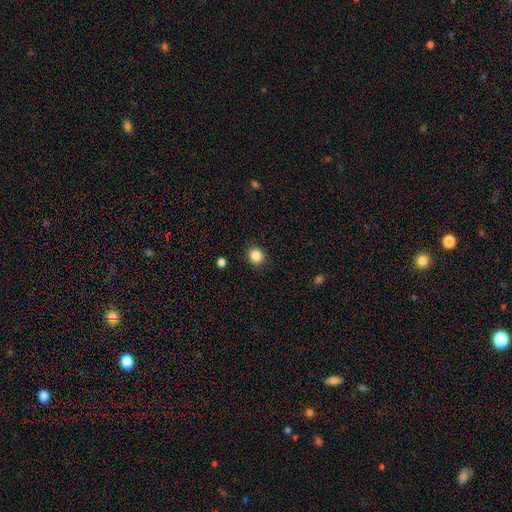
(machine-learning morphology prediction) This appears to be a smooth galaxy with no disk features (85%) that is round (85%). Merging: none (90%).